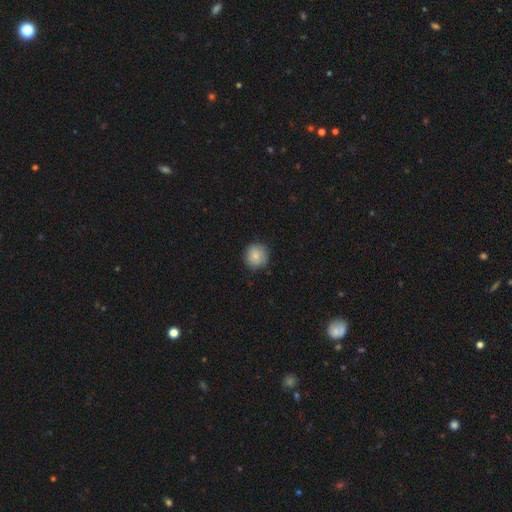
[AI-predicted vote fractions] A smooth galaxy with no disk features (83%) that is round (93%).

Vote fractions:
- Smooth or featured? smooth: 83% / featured or disk: 9% / star or artifact: 8%
- How rounded? round: 93% / in between: 6% / cigar-shaped: 1%
- Merging? none: 85% / minor disturbance: 12% / major disturbance: 2% / merger: 1%